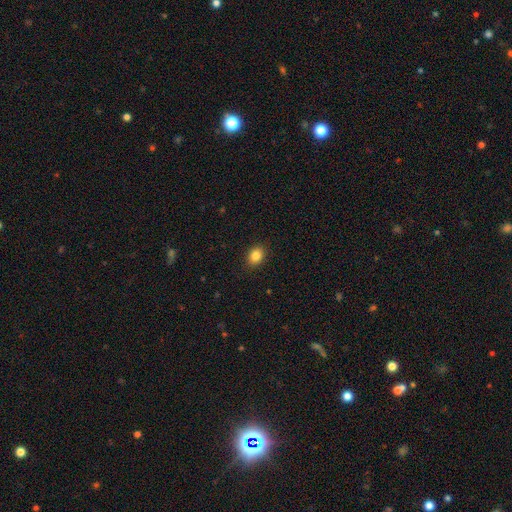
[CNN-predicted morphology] Smooth or featured? Predicted: smooth (p=0.85). How rounded? Predicted: in between (p=0.59). Merging? Predicted: none (p=0.90).